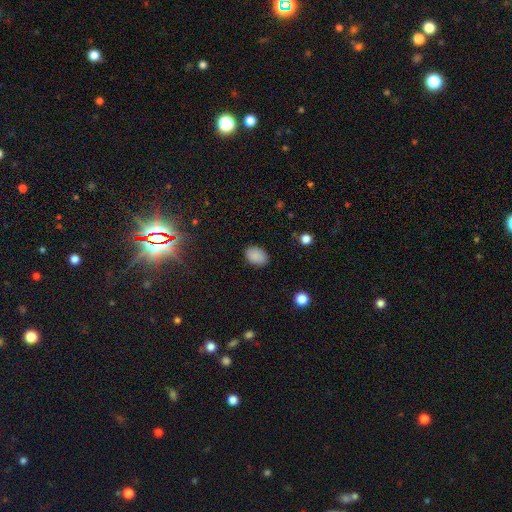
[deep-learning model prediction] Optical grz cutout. It shows a smooth galaxy with no disk features (88%) that is in between round and cigar-shaped (86%). Merging: none (86%).